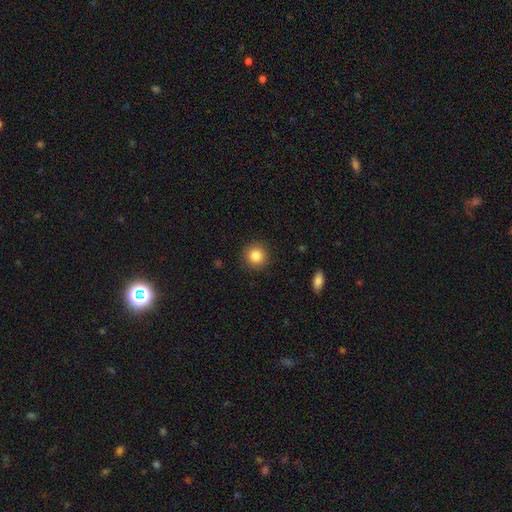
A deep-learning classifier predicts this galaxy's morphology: Smooth or featured?
  - smooth: 85% *
  - star or artifact: 10%
  - featured or disk: 5%
How rounded?
  - round: 93% *
  - in between: 6%
  - cigar-shaped: 1%
Merging?
  - none: 91% *
  - minor disturbance: 6%
  - major disturbance: 2%
  - merger: 1%